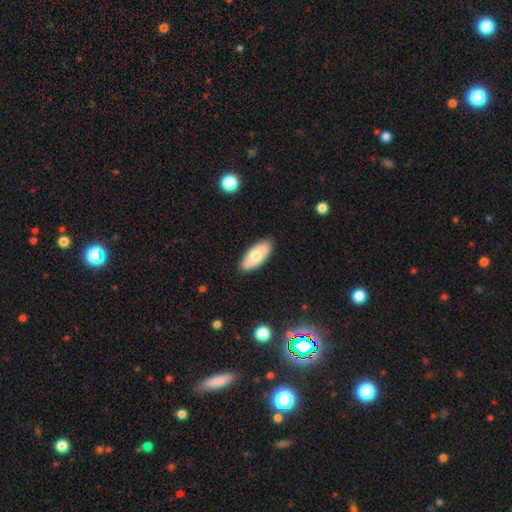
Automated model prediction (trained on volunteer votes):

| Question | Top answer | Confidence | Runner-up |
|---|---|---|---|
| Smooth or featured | smooth | 66% | featured or disk (28%) |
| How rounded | in between | 90% | cigar-shaped (8%) |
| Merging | none | 86% | minor disturbance (11%) |